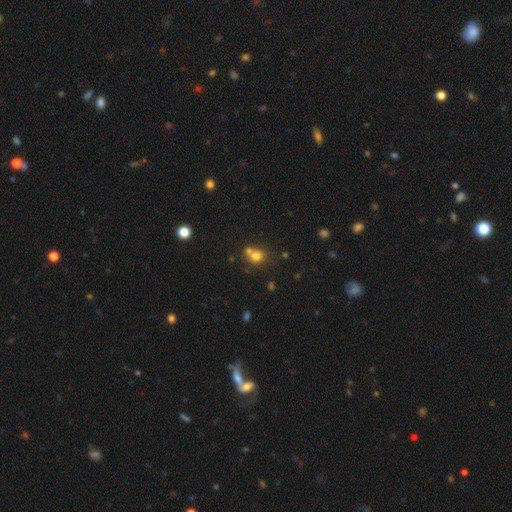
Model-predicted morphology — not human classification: Q: Smooth or featured?
A: smooth (74%); runner-up: star or artifact (15%)
Q: How rounded?
A: round (80%); runner-up: in between (20%)
Q: Merging?
A: none (47%); runner-up: merger (42%)